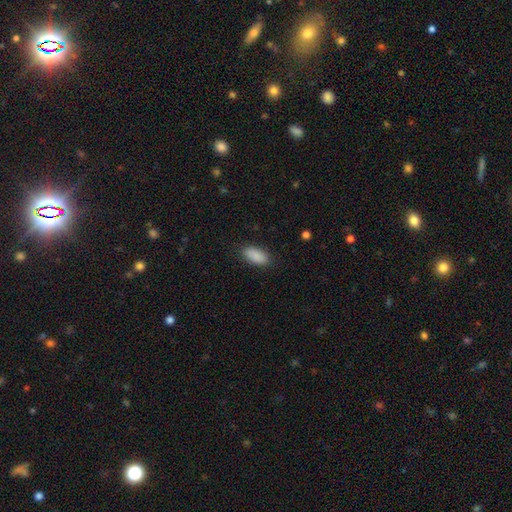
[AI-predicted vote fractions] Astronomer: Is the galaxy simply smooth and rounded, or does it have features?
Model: smooth — 90%.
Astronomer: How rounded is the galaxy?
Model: in between — 91%.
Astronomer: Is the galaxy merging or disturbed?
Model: none — 88%.